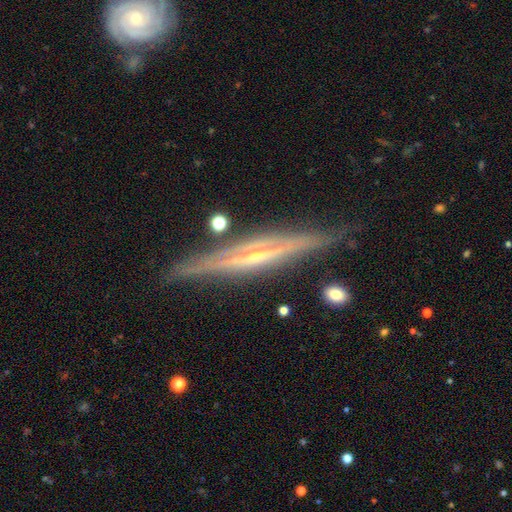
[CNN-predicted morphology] This appears to be a featured or disk galaxy (84%) viewed edge-on (97%) with a rounded central bulge (57%). Merging: none (85%).